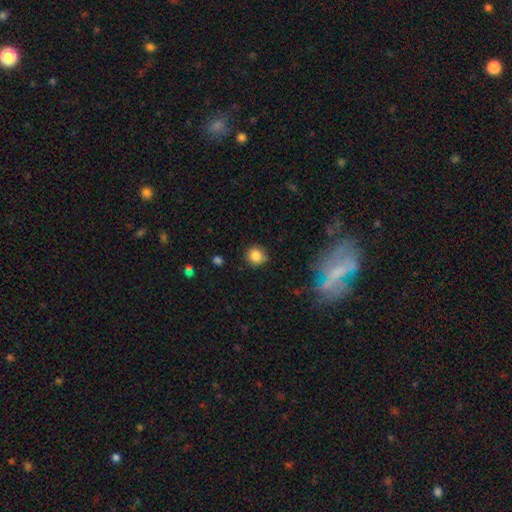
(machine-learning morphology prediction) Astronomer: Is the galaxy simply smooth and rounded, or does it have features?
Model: smooth — 83%.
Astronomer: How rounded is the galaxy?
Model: round — 86%.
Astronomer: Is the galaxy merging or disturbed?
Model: none — 81%.